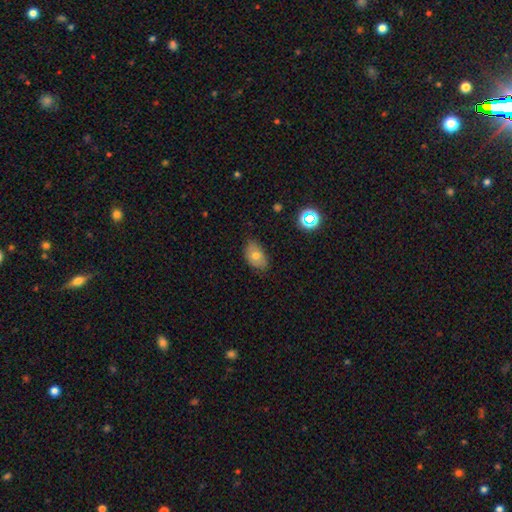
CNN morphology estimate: Q: Smooth or featured?
A: smooth (69%); runner-up: featured or disk (20%)
Q: How rounded?
A: in between (86%); runner-up: round (13%)
Q: Merging?
A: none (73%); runner-up: minor disturbance (22%)